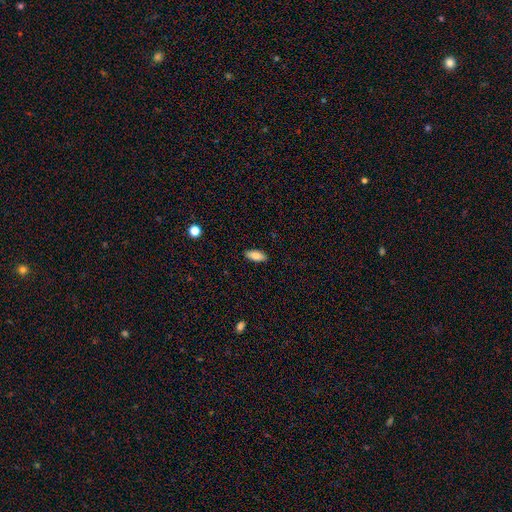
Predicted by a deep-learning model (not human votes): The model was most divided on "how rounded": in between: 83%, cigar-shaped: 14%, round: 2%. More confident: merging — none (89%); smooth or featured — smooth (83%).